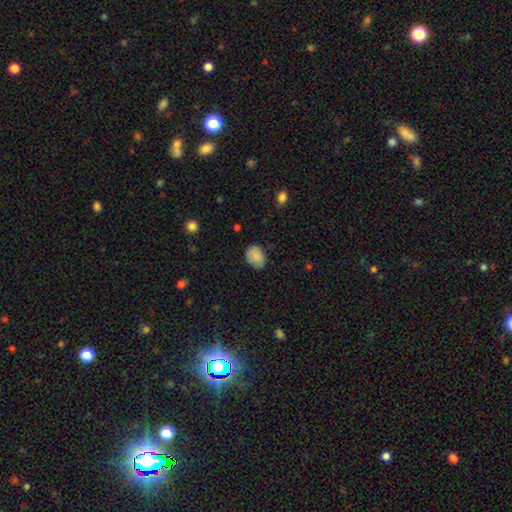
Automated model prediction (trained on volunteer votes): This is clearly a smooth galaxy (86%). How rounded: likely in between (63%). Merging: likely none (76%).